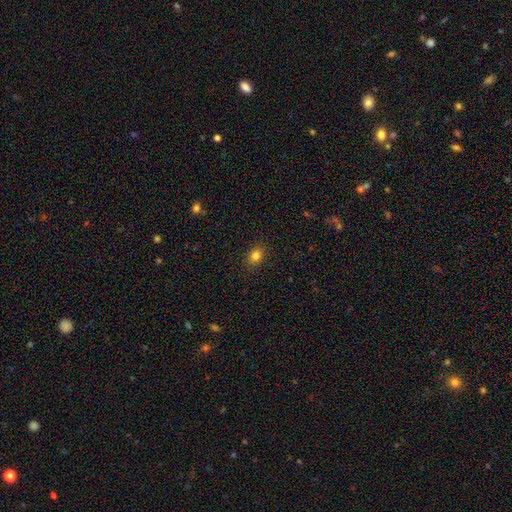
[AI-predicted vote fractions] Morphology: type=smooth (83%); roundness=round (54%); merging=none (88%).